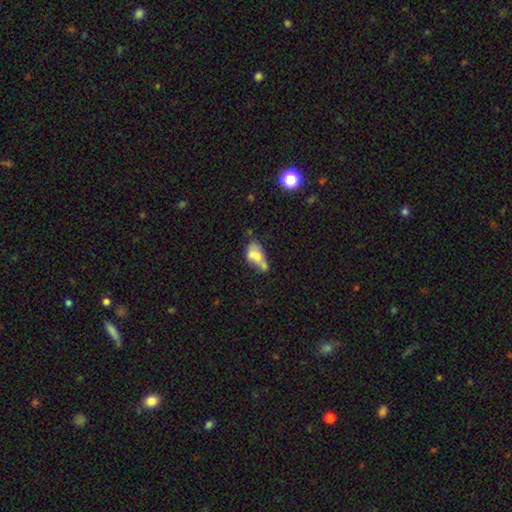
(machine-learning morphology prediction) type=smooth (55%); roundness=in between (84%); merging=merger (44%).